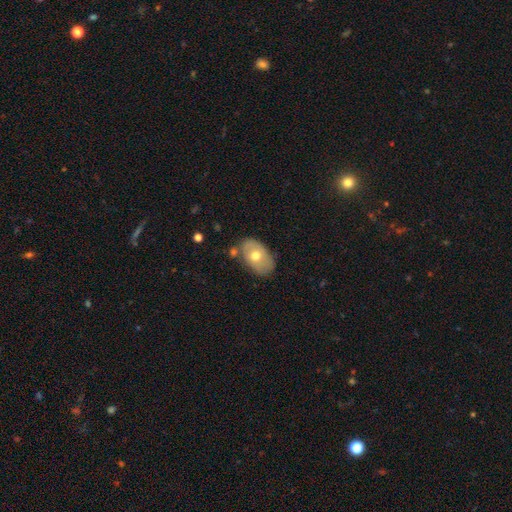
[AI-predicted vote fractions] smooth 60%, featured or disk 33%, star or artifact 7%. Down the decision tree: how rounded — in between (88%); merging — none (68%).